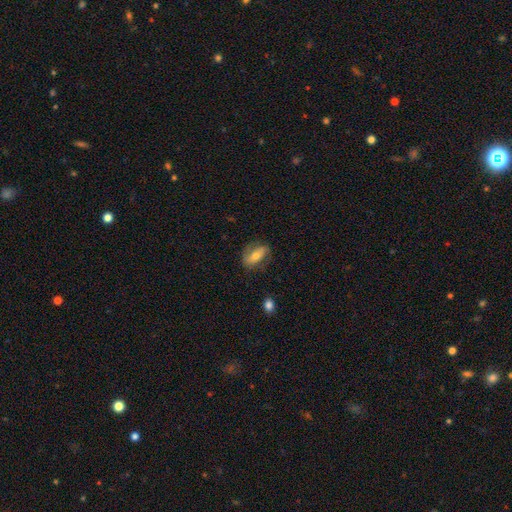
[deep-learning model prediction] This appears to be a smooth galaxy with no disk features (55%) that is in between round and cigar-shaped (83%). Merging: none (72%).